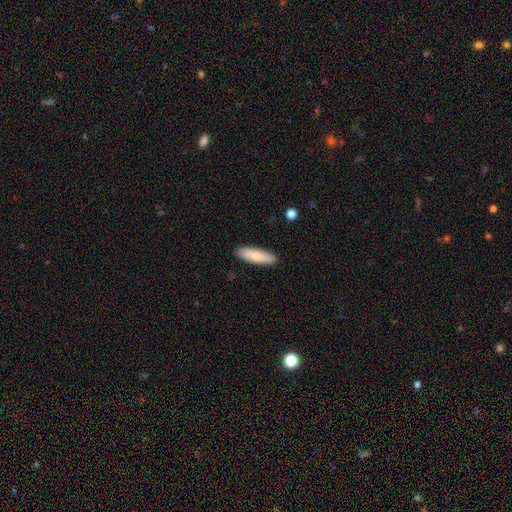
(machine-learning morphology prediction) smooth-or-featured: smooth: 80% | featured or disk: 14% | star or artifact: 6%
  how-rounded: cigar-shaped: 51% | in between: 47% | round: 2%
  merging: none: 89% | minor disturbance: 9% | major disturbance: 2% | merger: 1%